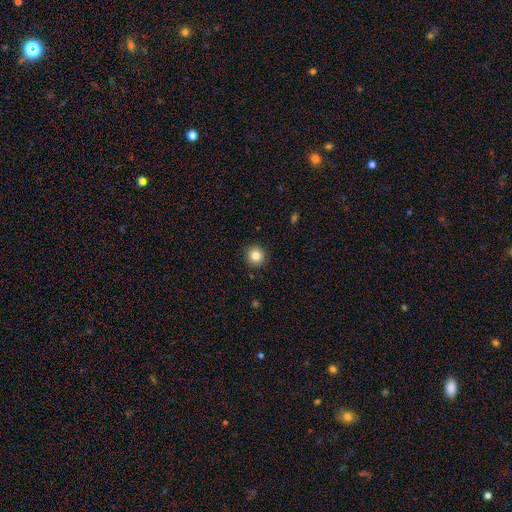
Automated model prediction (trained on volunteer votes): Smooth or featured? smooth (83%)
How rounded? round (95%)
Merging? none (91%)